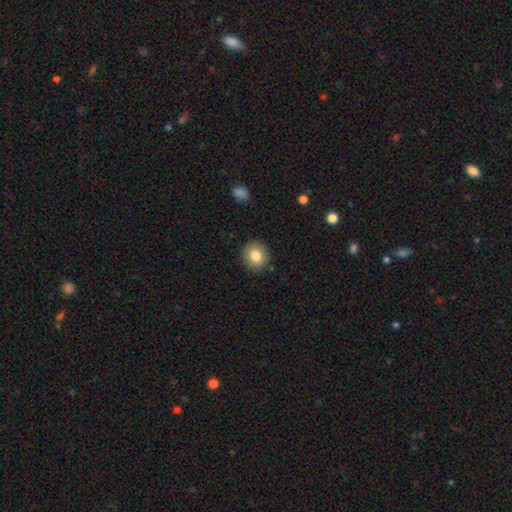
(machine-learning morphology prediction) smooth-or-featured: smooth: 83% | featured or disk: 9% | star or artifact: 9%
  how-rounded: round: 77% | in between: 23% | cigar-shaped: 1%
  merging: none: 89% | minor disturbance: 8% | major disturbance: 2% | merger: 1%